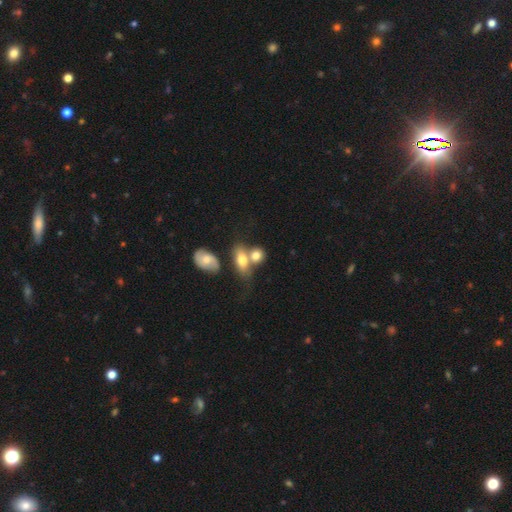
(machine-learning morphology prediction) Smooth or featured? Predicted: smooth (p=0.71). How rounded? Predicted: in between (p=0.66). Merging? Predicted: merger (p=0.52).